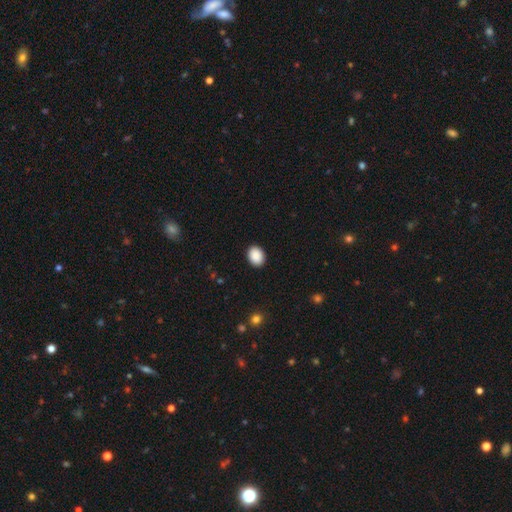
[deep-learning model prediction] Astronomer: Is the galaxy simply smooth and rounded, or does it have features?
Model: smooth — 90%.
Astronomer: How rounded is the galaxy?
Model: in between — 63%.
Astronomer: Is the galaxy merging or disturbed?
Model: none — 91%.